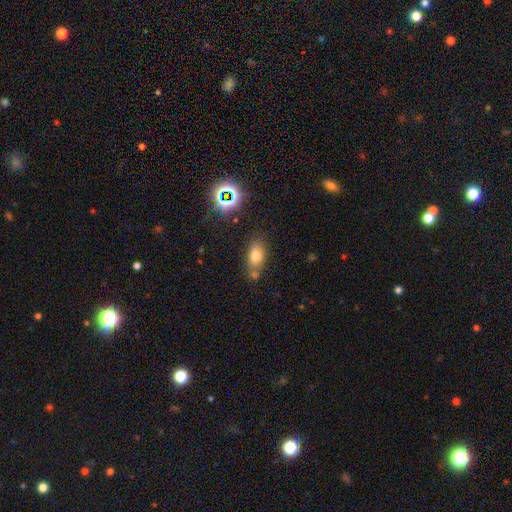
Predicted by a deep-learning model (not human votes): Smooth or featured? Predicted: smooth (p=0.72). How rounded? Predicted: in between (p=0.81). Merging? Predicted: none (p=0.64).